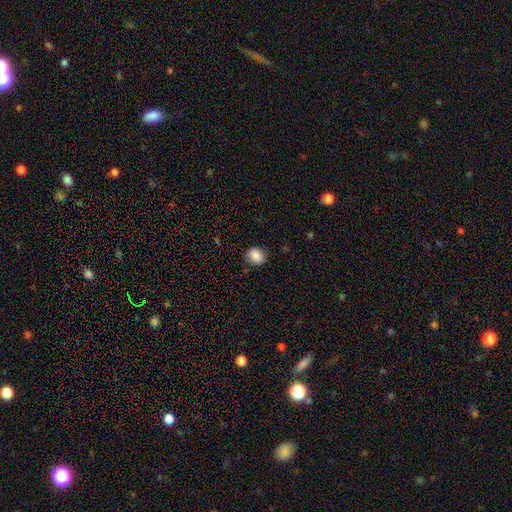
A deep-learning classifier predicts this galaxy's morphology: type=smooth (86%); roundness=round (63%); merging=none (82%).